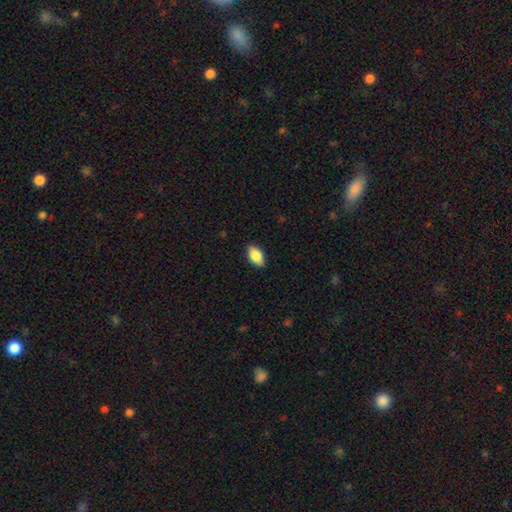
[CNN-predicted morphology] type=smooth (82%); roundness=in between (90%); merging=none (87%).